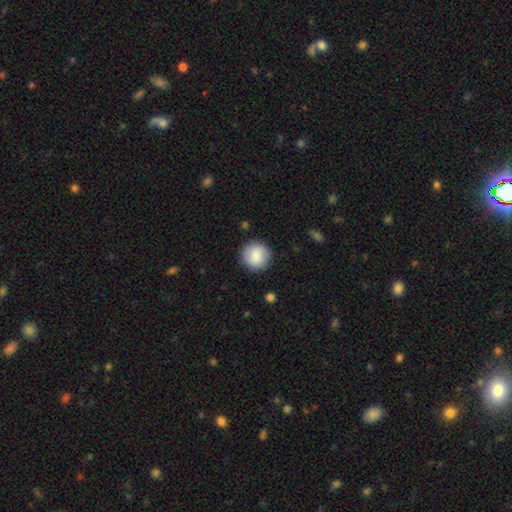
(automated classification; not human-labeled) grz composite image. It shows a smooth galaxy with no disk features (80%) that is round (95%). Merging: none (90%).